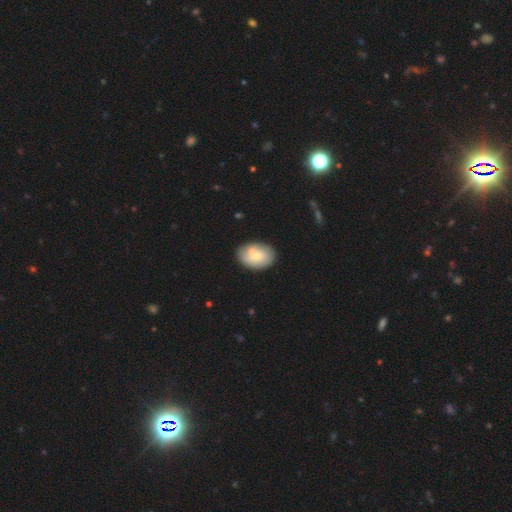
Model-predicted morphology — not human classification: A smooth galaxy with no disk features (56%) that is in between round and cigar-shaped (81%). Merging: none (74%).